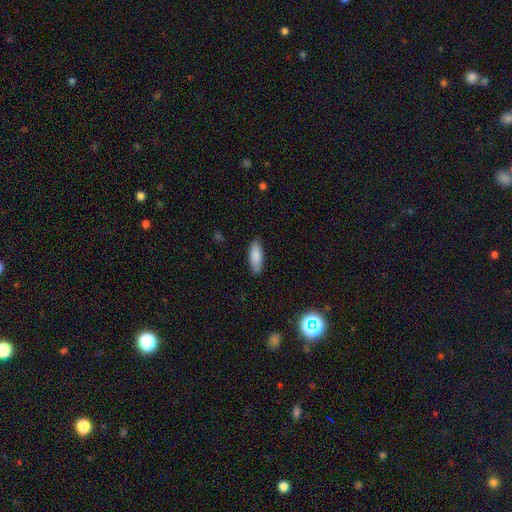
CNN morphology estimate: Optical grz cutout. It shows a smooth galaxy with no disk features (87%) that is in between round and cigar-shaped (70%). Merging: none (88%).